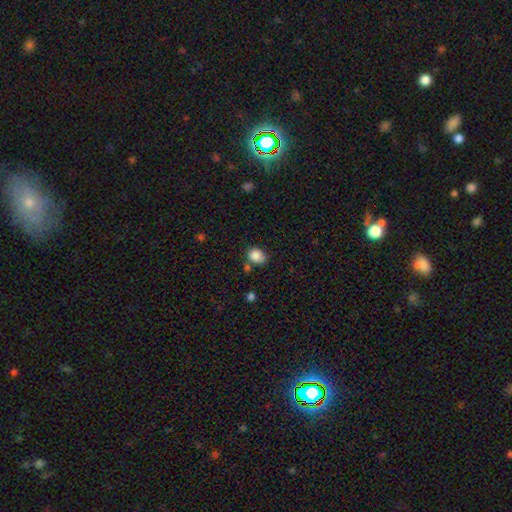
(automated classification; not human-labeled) The model was most divided on "how rounded": in between: 54%, round: 45%, cigar-shaped: 1%. More confident: smooth or featured — smooth (86%); merging — none (61%).